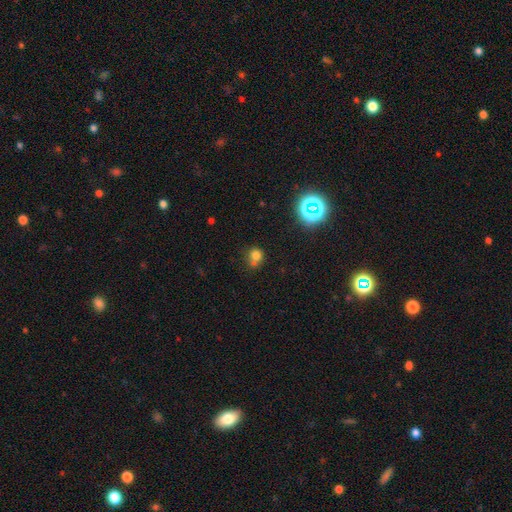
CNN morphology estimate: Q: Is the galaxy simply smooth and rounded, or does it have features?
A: smooth — 71%.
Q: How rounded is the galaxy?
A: round — 77%.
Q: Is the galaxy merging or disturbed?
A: none — 48%.